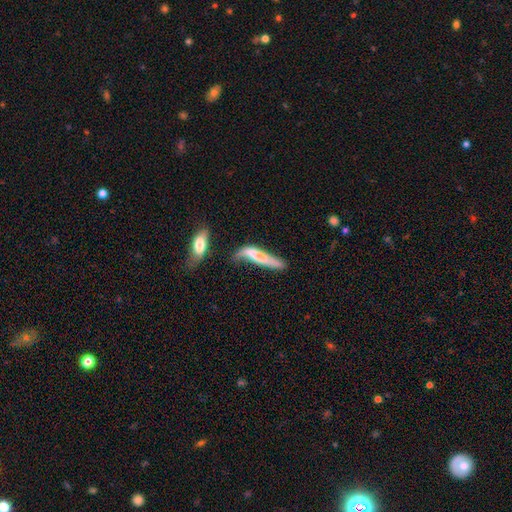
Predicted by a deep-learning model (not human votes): Smooth or featured: smooth — 55% (featured or disk — 37%)
How rounded: cigar-shaped — 83% (in between — 15%)
Merging: none — 31% (minor disturbance — 27%)